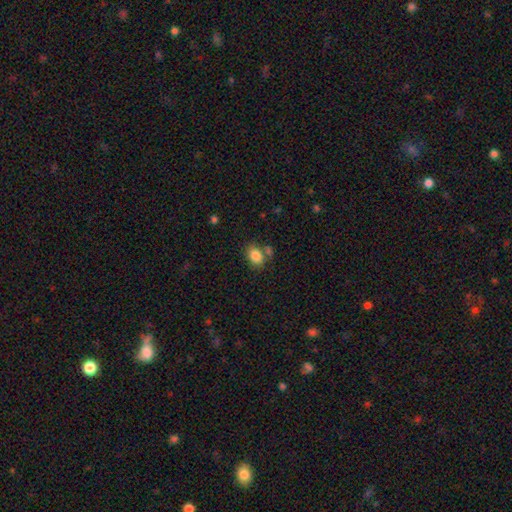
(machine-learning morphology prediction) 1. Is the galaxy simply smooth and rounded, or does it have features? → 84% smooth, 9% star or artifact, 7% featured or disk.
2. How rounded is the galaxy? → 69% in between, 30% round, 1% cigar-shaped.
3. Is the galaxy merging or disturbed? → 63% none, 17% merger, 15% minor disturbance, 5% major disturbance.